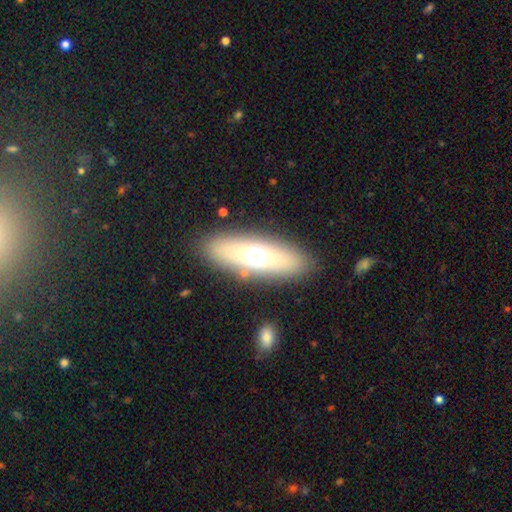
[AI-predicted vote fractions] Smooth or featured? smooth (55%)
How rounded? in between (62%)
Merging? none (85%)